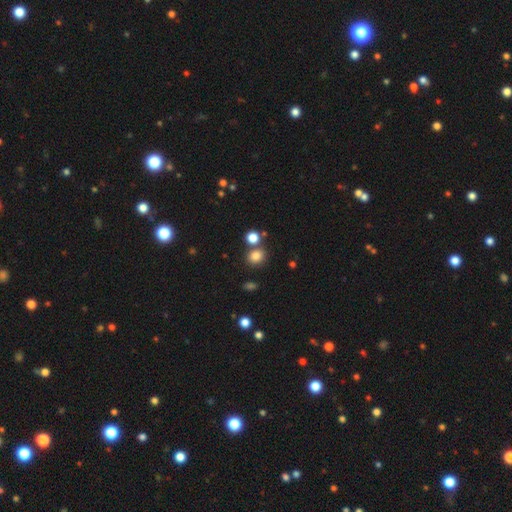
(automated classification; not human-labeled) Morphology: type=smooth (81%); roundness=round (73%); merging=none (73%).